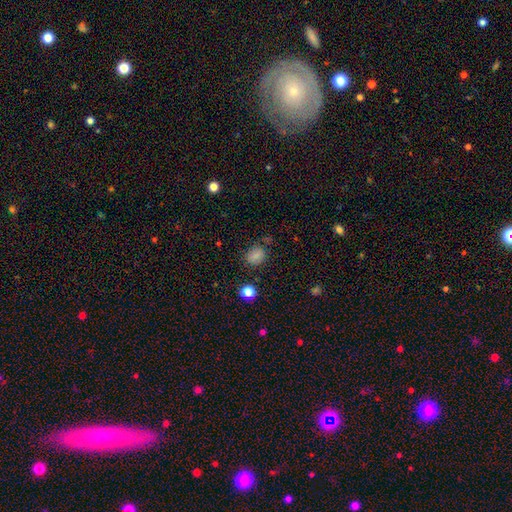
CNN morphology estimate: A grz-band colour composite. It shows a smooth galaxy with no disk features (80%) that is in between round and cigar-shaped (50%). Merging: none (75%).